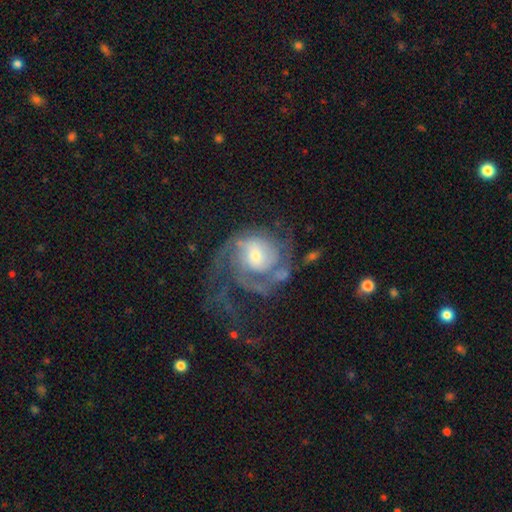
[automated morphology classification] Overall: featured or disk (84%). Edge-on disk: no (98%). Bar: no (60%; weak 32%). Spiral arms: yes (94%). Spiral arm count: 2 (39%; can't tell 22%). Spiral winding: tight (45%; medium 39%). Bulge size: small (52%; moderate 38%). Merging: none (46%; major disturbance 33%).